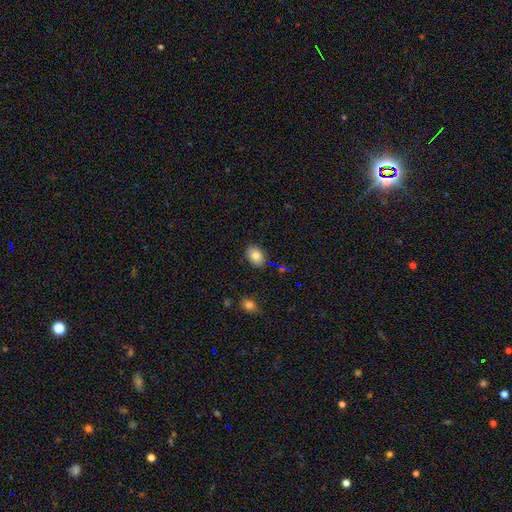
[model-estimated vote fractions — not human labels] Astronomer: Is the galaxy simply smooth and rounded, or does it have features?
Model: smooth — 81%.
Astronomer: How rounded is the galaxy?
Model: in between — 71%.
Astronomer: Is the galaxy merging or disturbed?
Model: none — 85%.